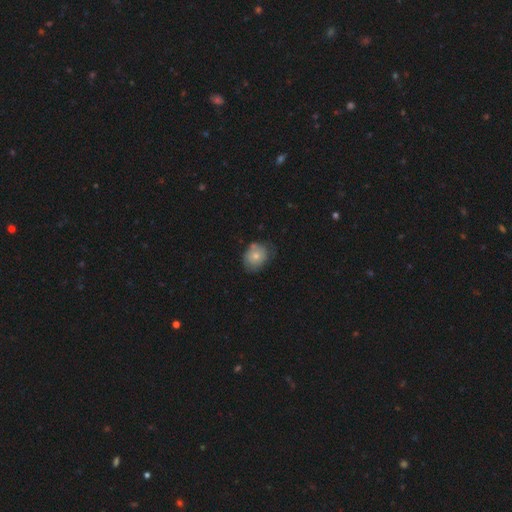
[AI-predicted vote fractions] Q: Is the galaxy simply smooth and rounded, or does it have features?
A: smooth — 71%.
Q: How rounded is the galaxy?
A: round — 61%.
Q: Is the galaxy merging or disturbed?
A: none — 55%.